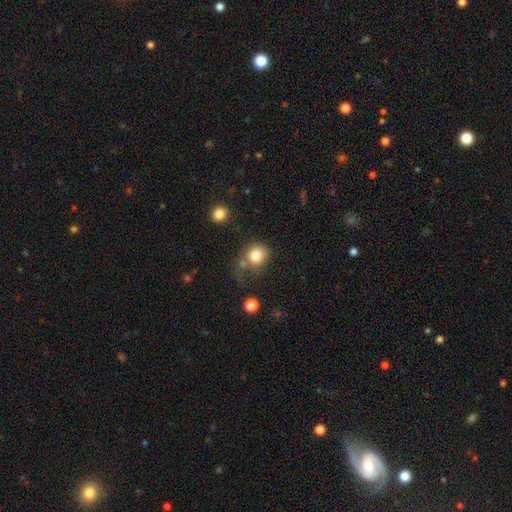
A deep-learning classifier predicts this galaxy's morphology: The model was most divided on "merging": none: 58%, minor disturbance: 19%, merger: 13%, major disturbance: 10%. More confident: smooth or featured — smooth (80%); how rounded — round (79%).